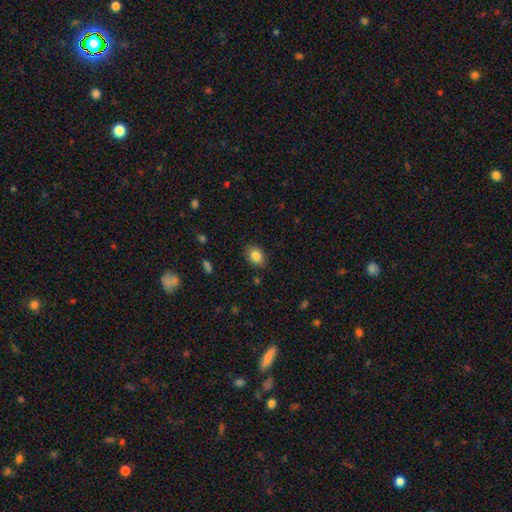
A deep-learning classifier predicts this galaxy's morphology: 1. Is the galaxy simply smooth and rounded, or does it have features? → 84% smooth, 9% star or artifact, 7% featured or disk.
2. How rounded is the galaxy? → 61% in between, 38% round, 1% cigar-shaped.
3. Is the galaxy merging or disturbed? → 85% none, 11% minor disturbance, 2% major disturbance, 1% merger.